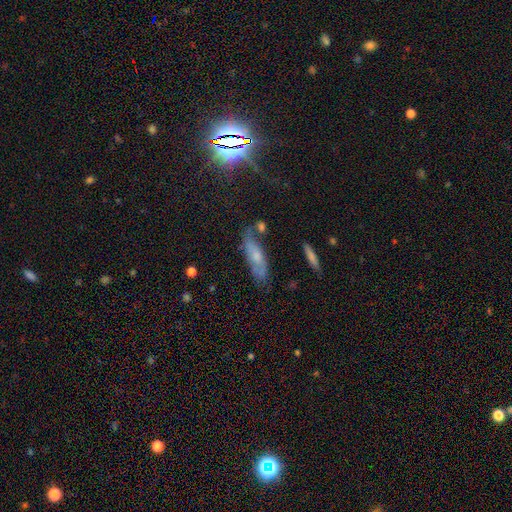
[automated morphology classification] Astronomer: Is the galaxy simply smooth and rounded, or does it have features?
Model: featured or disk — 46% (runner-up: smooth, 41%).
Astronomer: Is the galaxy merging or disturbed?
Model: none — 62%.